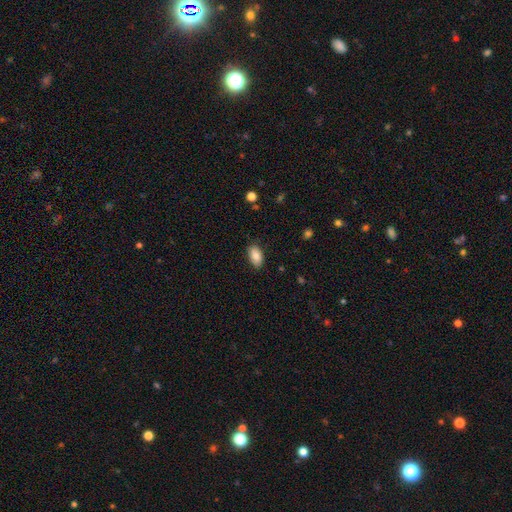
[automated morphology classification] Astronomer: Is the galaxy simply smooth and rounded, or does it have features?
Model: smooth — 84%.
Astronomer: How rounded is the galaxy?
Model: in between — 93%.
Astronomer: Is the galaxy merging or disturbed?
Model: none — 83%.